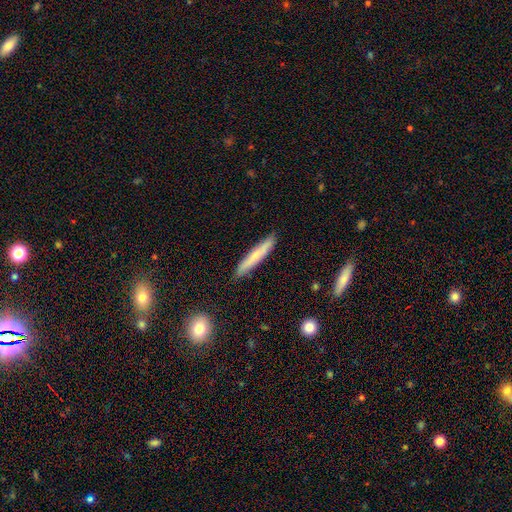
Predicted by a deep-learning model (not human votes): This appears to be a smooth galaxy with no disk features (69%) that is cigar-shaped (93%). Merging: none (88%).